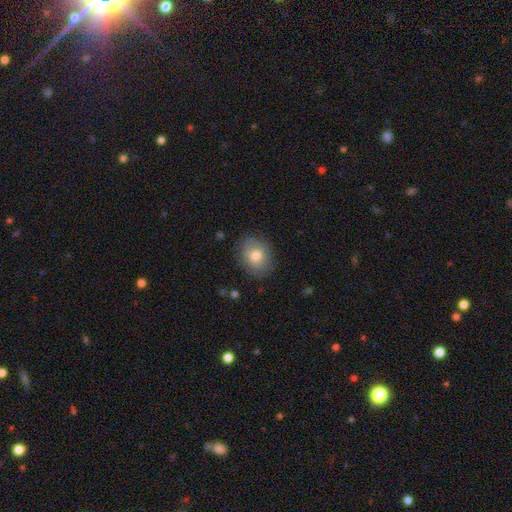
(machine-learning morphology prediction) smooth_or_featured: smooth (p=0.73) [alt: featured or disk p=0.19]
how_rounded: in between (p=0.50) [alt: round p=0.49]
merging: none (p=0.80) [alt: minor disturbance p=0.15]